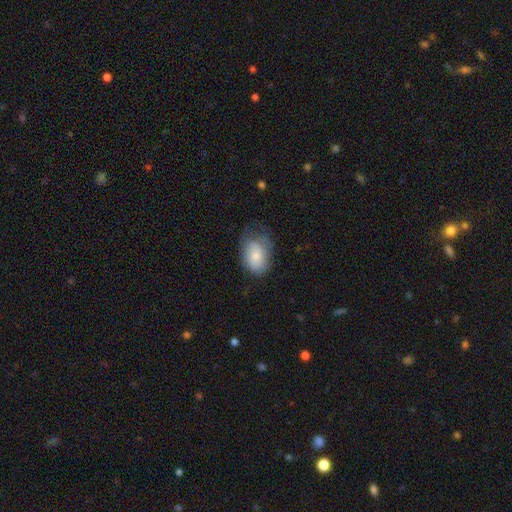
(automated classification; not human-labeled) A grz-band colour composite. It shows a smooth galaxy with no disk features (77%) that is in between round and cigar-shaped (84%). Merging: none (44%).